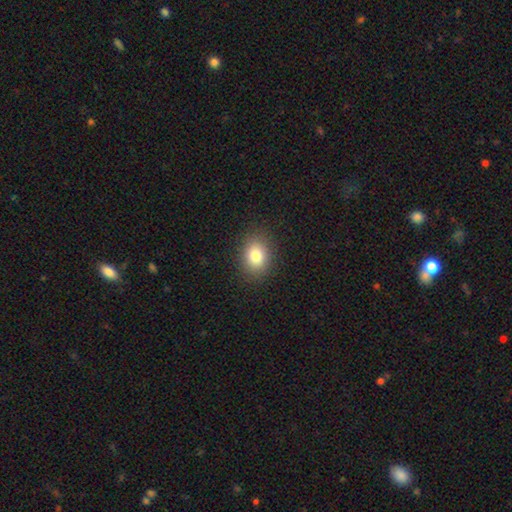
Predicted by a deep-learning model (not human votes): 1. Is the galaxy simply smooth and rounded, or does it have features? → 82% smooth, 10% star or artifact, 8% featured or disk.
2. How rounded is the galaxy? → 59% in between, 40% round, 1% cigar-shaped.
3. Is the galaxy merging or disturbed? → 88% none, 8% minor disturbance, 3% major disturbance, 1% merger.